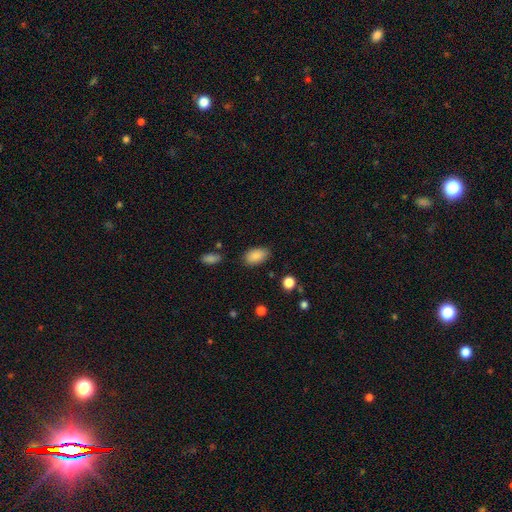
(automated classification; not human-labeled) Smooth or featured? Predicted: smooth (p=0.87). How rounded? Predicted: in between (p=0.92). Merging? Predicted: none (p=0.82).